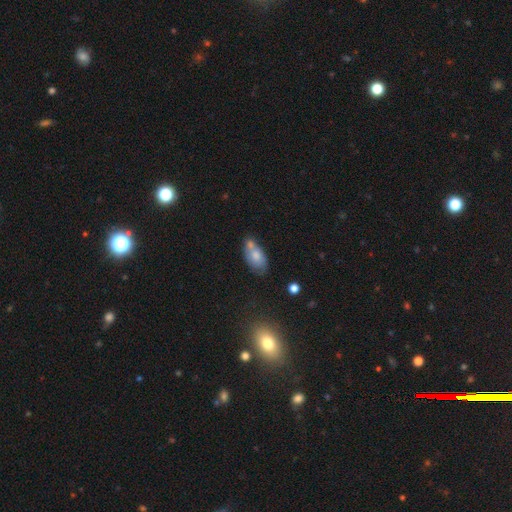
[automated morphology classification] Q: Smooth or featured?
A: smooth (67%); runner-up: featured or disk (24%)
Q: How rounded?
A: in between (90%); runner-up: round (5%)
Q: Merging?
A: none (42%); runner-up: merger (29%)